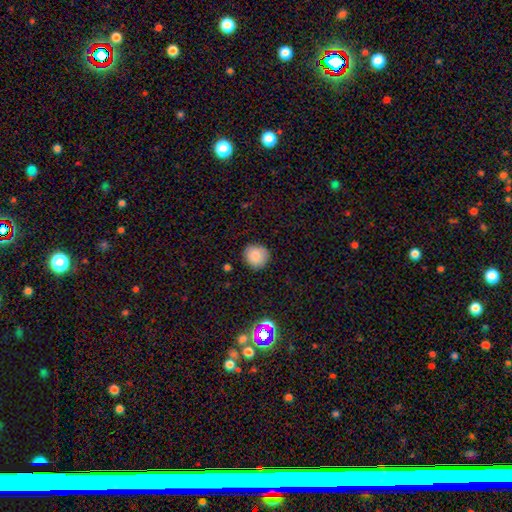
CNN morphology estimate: smooth_or_featured: smooth (p=0.84) [alt: star or artifact p=0.10]
how_rounded: round (p=0.90) [alt: in between p=0.09]
merging: none (p=0.87) [alt: minor disturbance p=0.10]